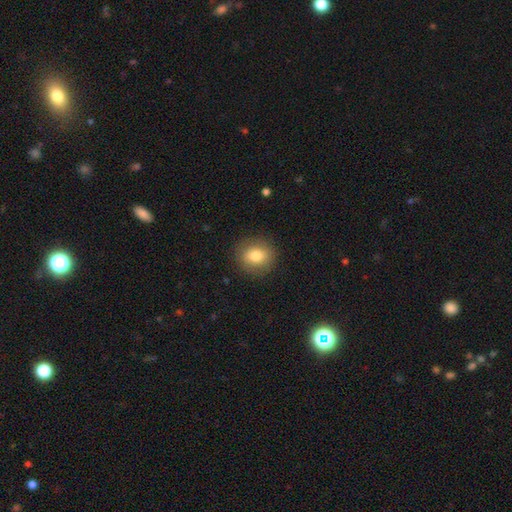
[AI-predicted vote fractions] A smooth galaxy with no disk features (80%) that is round (80%).

Vote fractions:
- Smooth or featured? smooth: 80% / featured or disk: 10% / star or artifact: 9%
- How rounded? round: 80% / in between: 18% / cigar-shaped: 1%
- Merging? none: 89% / minor disturbance: 8% / major disturbance: 3% / merger: 1%